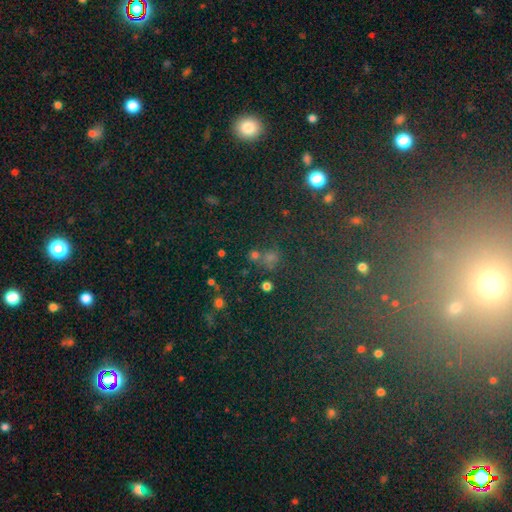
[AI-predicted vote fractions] The model was most divided on "smooth or featured": star or artifact: 60%, smooth: 29%, featured or disk: 11%.